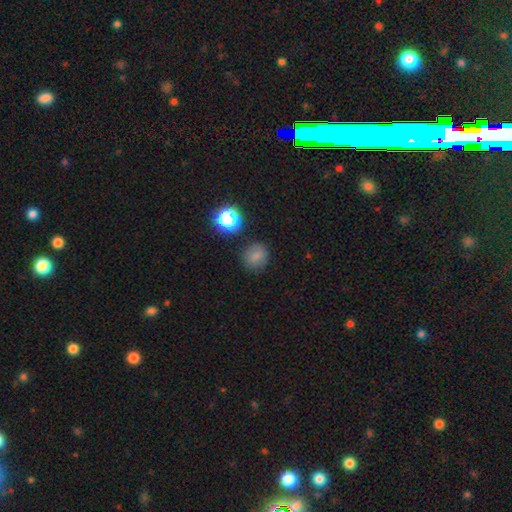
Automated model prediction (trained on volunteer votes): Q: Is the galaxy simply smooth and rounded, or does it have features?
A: smooth — 76%.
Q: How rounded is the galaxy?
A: round — 82%.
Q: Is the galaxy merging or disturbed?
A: none — 80%.